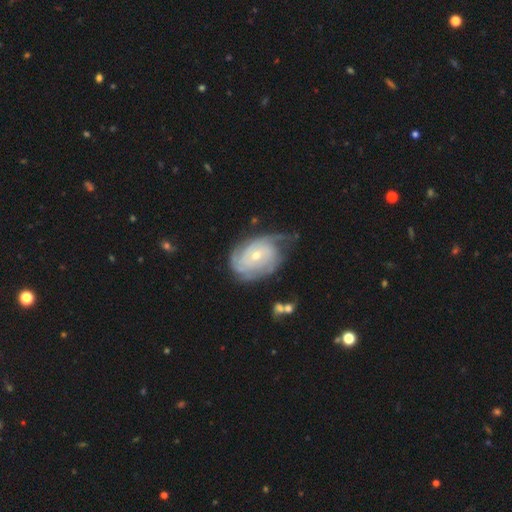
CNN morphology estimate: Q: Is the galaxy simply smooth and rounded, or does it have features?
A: featured or disk — 85%.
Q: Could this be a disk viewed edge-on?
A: no — 97%.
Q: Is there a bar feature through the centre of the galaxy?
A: no — 66%.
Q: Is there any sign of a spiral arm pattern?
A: yes — 95%.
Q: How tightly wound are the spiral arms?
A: tight — 70%.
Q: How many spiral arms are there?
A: can't tell — 35%.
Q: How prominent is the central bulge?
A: small — 56%.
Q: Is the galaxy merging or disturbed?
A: none — 56%.